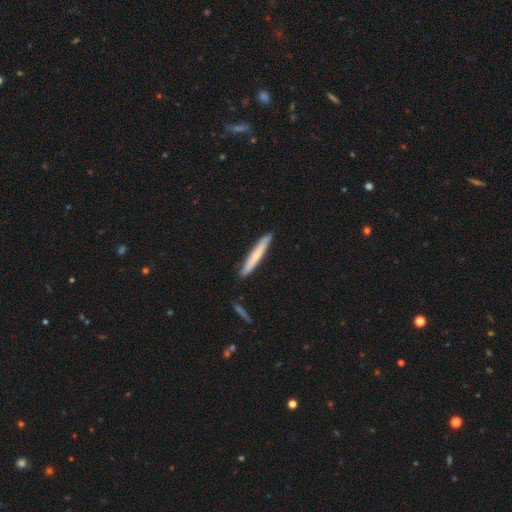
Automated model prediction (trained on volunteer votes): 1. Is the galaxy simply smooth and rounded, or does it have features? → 63% smooth, 32% featured or disk, 5% star or artifact.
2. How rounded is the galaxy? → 96% cigar-shaped, 3% in between, 1% round.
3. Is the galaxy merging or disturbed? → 89% none, 8% minor disturbance, 2% merger, 1% major disturbance.